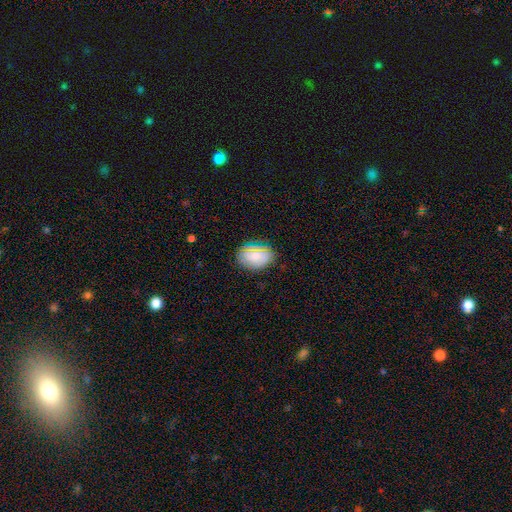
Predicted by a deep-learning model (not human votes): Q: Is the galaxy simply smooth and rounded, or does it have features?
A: smooth — 68%.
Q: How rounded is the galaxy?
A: in between — 72%.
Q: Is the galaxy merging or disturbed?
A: none — 81%.